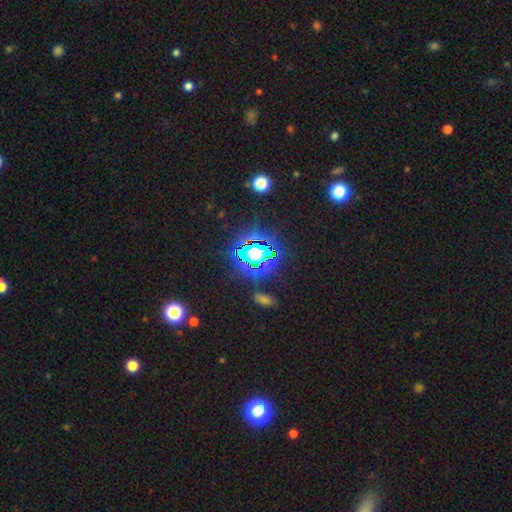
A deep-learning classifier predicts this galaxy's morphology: This is likely a star or artifact rather than a galaxy (70%).